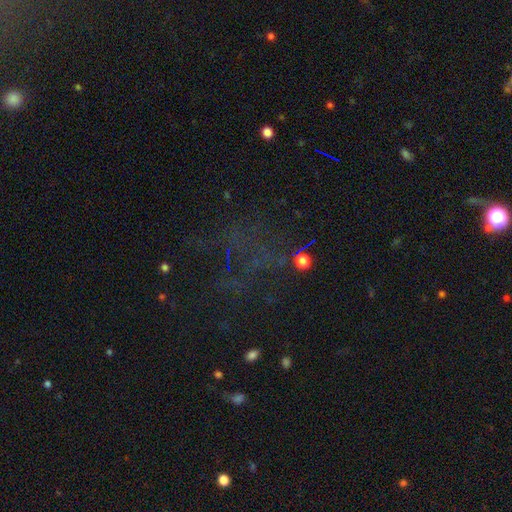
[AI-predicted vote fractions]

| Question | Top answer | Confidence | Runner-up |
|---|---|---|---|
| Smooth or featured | star or artifact | 53% | smooth (24%) |